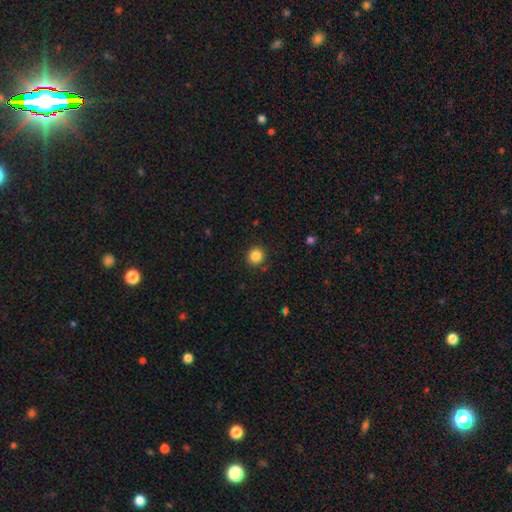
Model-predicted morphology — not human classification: smooth-or-featured: smooth: 85% | star or artifact: 11% | featured or disk: 4%
  how-rounded: round: 91% | in between: 8% | cigar-shaped: 1%
  merging: none: 90% | minor disturbance: 7% | major disturbance: 2% | merger: 1%